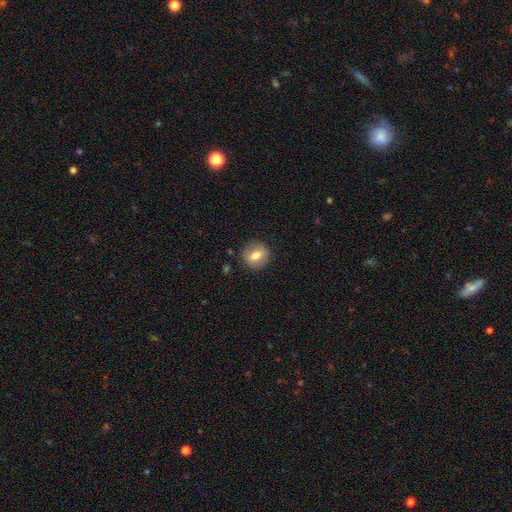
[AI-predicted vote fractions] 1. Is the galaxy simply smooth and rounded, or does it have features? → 67% smooth, 24% featured or disk, 9% star or artifact.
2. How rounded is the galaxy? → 85% round, 14% in between, 1% cigar-shaped.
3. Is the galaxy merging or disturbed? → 87% none, 9% minor disturbance, 3% major disturbance, 1% merger.